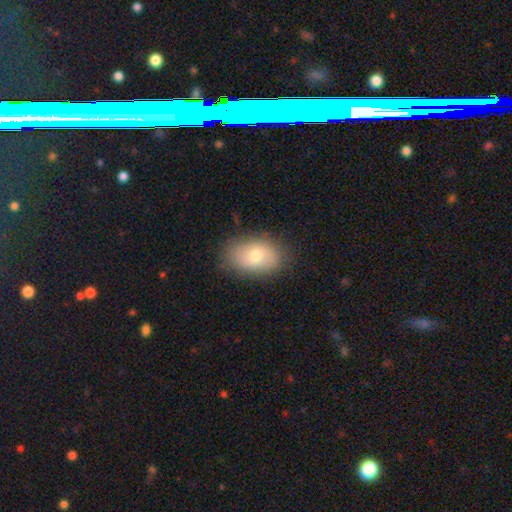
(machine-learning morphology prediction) This is likely a smooth galaxy (70%). How rounded: clearly in between (85%). Merging: clearly none (82%).